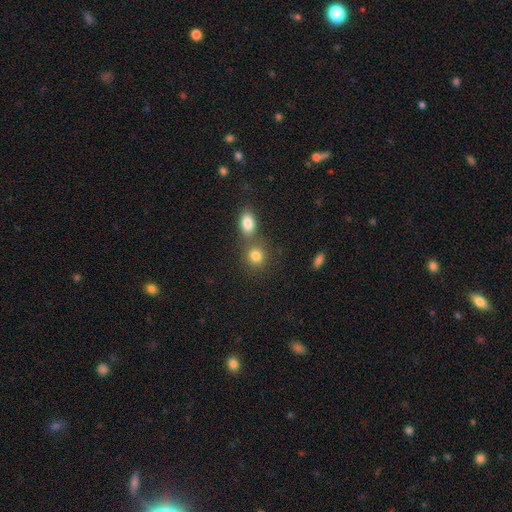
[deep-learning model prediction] Smooth or featured? smooth (82%)
How rounded? round (76%)
Merging? none (52%)